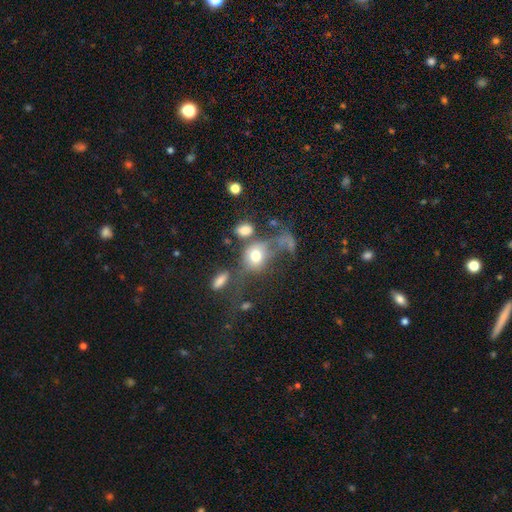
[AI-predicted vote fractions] The model was most divided on "merging": major disturbance: 38%, merger: 30%, none: 20%, minor disturbance: 11%. More confident: smooth or featured — smooth (62%); how rounded — round (54%).